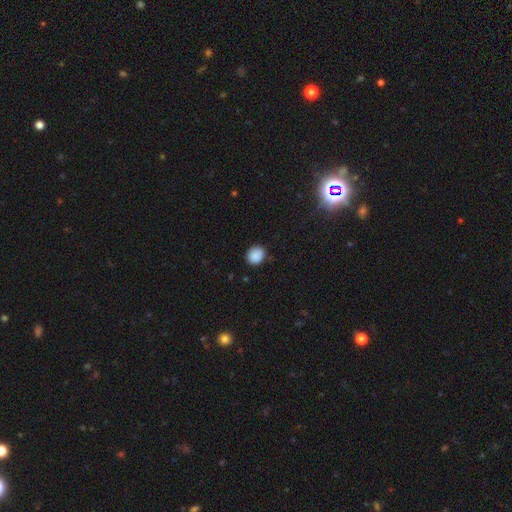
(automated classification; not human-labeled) A smooth galaxy with no disk features (88%) that is round (73%).

Vote fractions:
- Smooth or featured? smooth: 88% / star or artifact: 9% / featured or disk: 3%
- How rounded? round: 73% / in between: 26% / cigar-shaped: 1%
- Merging? none: 84% / minor disturbance: 13% / major disturbance: 3% / merger: 1%